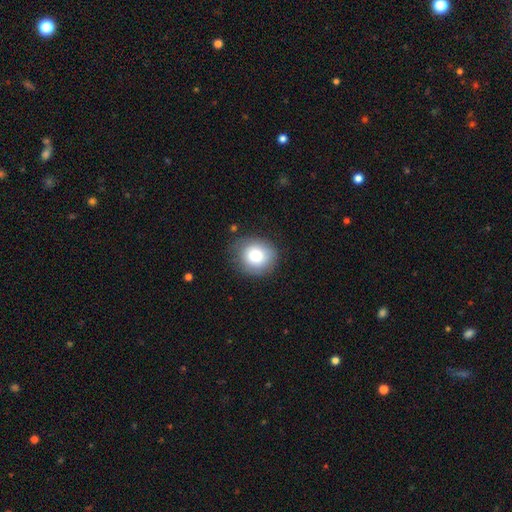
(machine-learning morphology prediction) The model was most divided on "how rounded": round: 79%, in between: 20%, cigar-shaped: 1%. More confident: smooth or featured — smooth (81%); merging — none (78%).